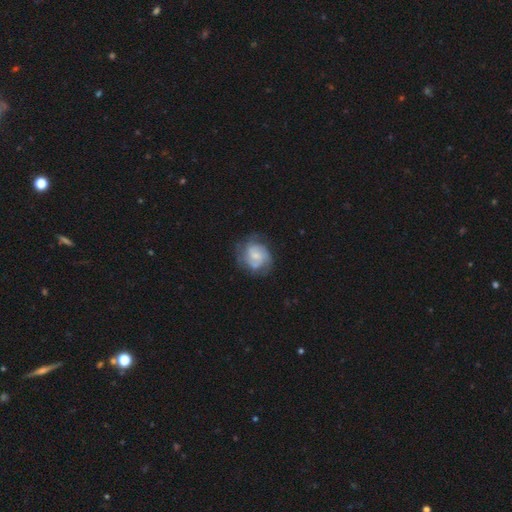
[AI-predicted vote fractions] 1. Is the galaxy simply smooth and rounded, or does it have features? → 64% featured or disk, 29% smooth, 7% star or artifact.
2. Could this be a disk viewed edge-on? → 98% no, 2% yes.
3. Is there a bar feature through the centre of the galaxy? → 59% no, 36% weak, 6% strong.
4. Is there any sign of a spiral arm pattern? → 85% yes, 15% no.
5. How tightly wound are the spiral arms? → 42% medium, 41% tight, 16% loose.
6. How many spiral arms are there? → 47% 2, 28% can't tell, 14% 3, 5% 1, 3% 4, 3% more than 4.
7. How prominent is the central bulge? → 52% small, 33% moderate, 10% none, 4% large, 1% dominant.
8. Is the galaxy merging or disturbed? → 62% none, 24% minor disturbance, 13% major disturbance, 2% merger.